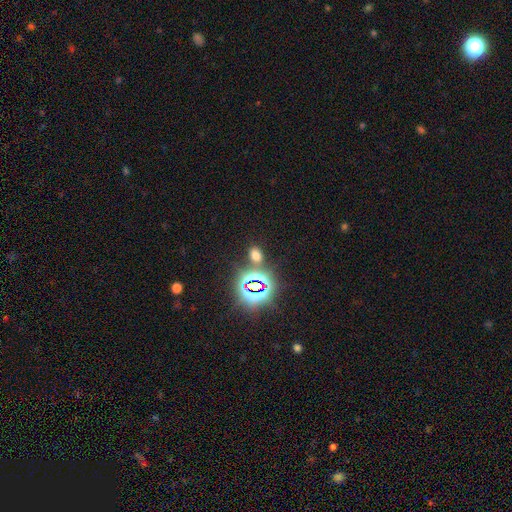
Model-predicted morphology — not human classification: This is possibly a smooth galaxy (56%). How rounded: likely in between (75%). Merging: likely none (79%).